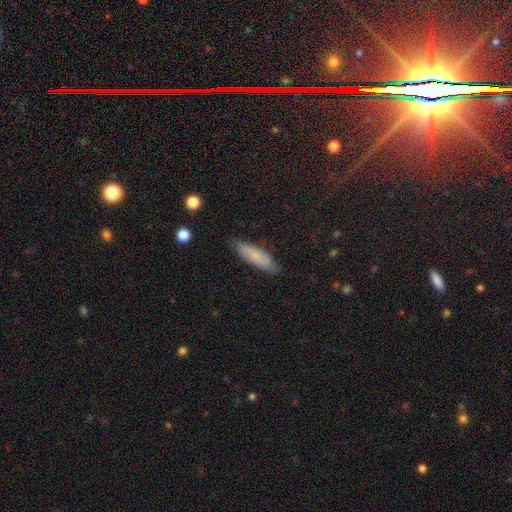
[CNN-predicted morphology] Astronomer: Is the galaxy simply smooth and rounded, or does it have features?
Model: smooth — 76%.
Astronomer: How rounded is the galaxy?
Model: cigar-shaped — 62%.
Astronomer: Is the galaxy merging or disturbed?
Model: none — 84%.